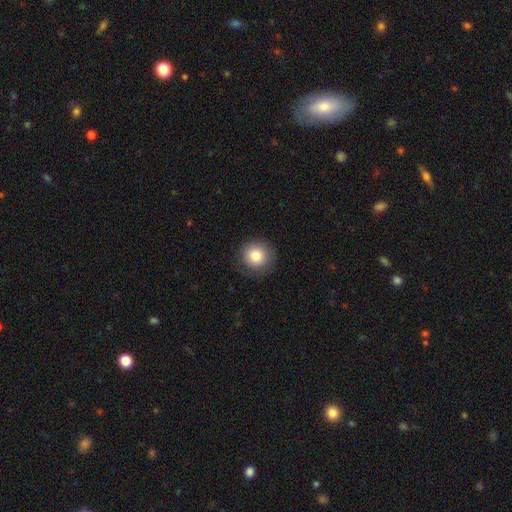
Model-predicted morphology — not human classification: smooth-or-featured: smooth: 82% | featured or disk: 9% | star or artifact: 9%
  how-rounded: round: 93% | in between: 6% | cigar-shaped: 1%
  merging: none: 85% | minor disturbance: 10% | major disturbance: 4% | merger: 1%